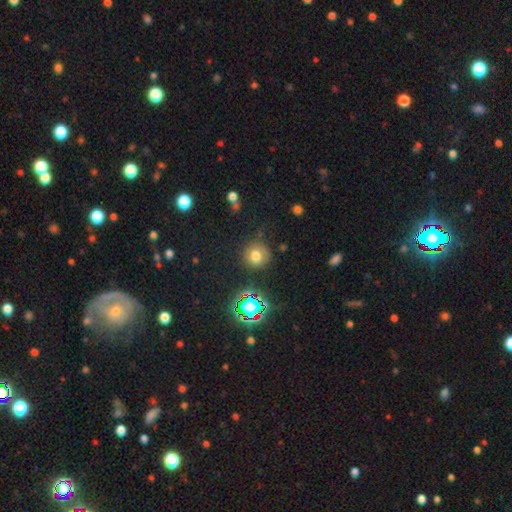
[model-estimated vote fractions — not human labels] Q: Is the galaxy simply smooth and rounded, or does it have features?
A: smooth — 71%.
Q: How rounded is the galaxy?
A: round — 88%.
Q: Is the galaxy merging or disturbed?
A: none — 77%.